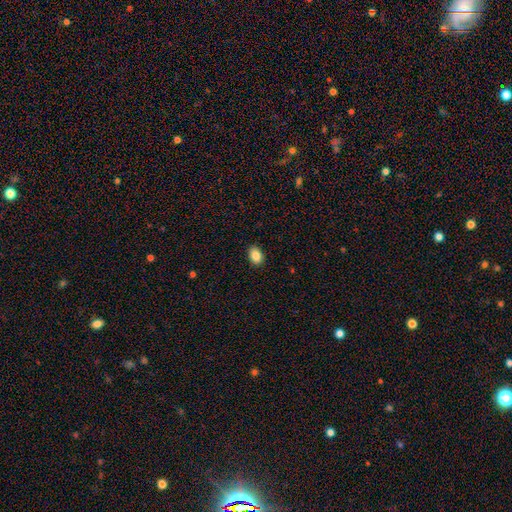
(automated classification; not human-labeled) The model was most divided on "how rounded": in between: 81%, round: 18%, cigar-shaped: 1%. More confident: merging — none (89%); smooth or featured — smooth (87%).